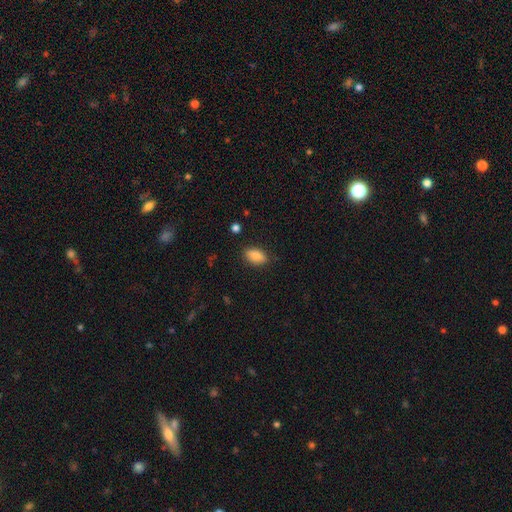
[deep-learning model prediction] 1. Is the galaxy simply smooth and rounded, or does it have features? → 83% smooth, 9% featured or disk, 8% star or artifact.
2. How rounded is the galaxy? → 88% in between, 7% cigar-shaped, 5% round.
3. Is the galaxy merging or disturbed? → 84% none, 12% minor disturbance, 3% major disturbance, 1% merger.